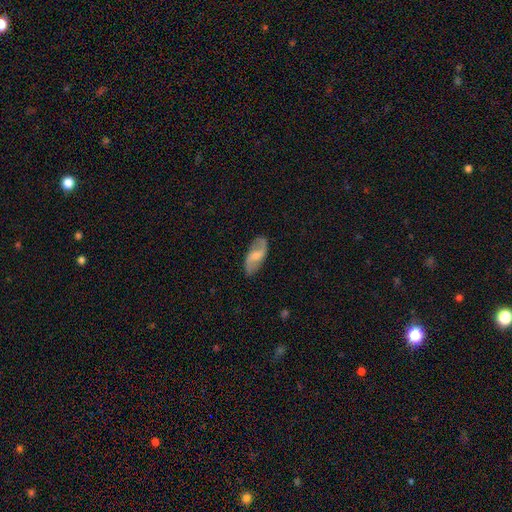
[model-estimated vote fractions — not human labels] This appears to be a featured or disk galaxy (73%) with a weak bar (52%), 2 (92%) loose (62%) spiral arms (93%) and no central bulge (32%). Merging: none (82%).